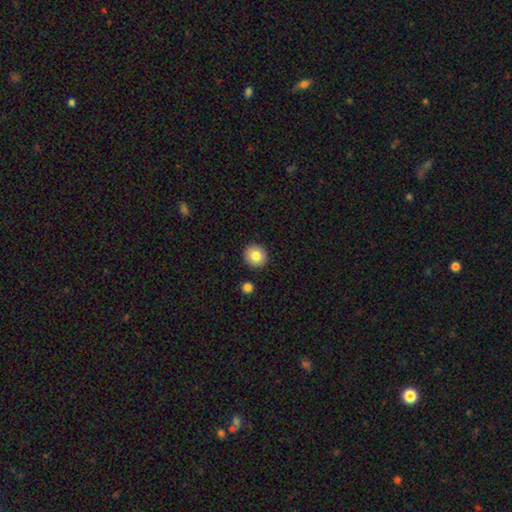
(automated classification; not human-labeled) A smooth galaxy with no disk features (83%) that is round (91%).

Vote fractions:
- Smooth or featured? smooth: 83% / star or artifact: 9% / featured or disk: 8%
- How rounded? round: 91% / in between: 8% / cigar-shaped: 1%
- Merging? none: 90% / minor disturbance: 6% / merger: 2% / major disturbance: 2%